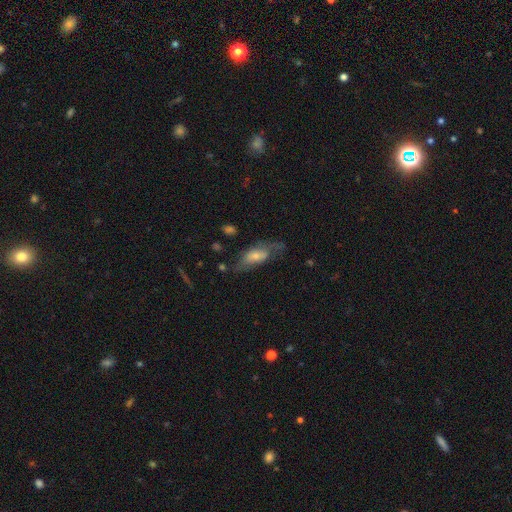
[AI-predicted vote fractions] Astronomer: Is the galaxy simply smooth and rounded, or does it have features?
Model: smooth — 46%, tied with featured or disk at 46%.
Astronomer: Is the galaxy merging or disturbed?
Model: none — 47% (runner-up: minor disturbance, 26%).